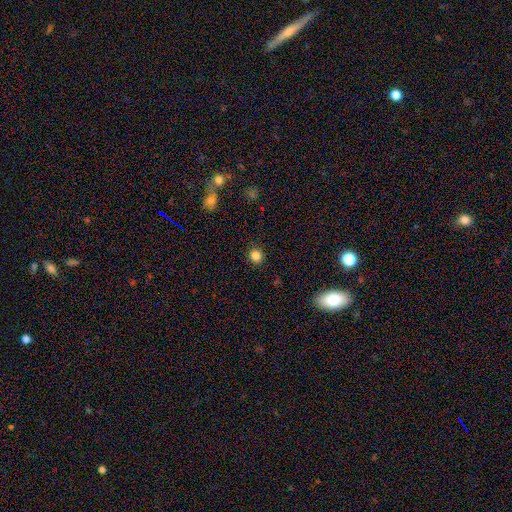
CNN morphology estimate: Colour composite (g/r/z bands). It shows a smooth galaxy with no disk features (84%) that is round (90%). Merging: none (91%).